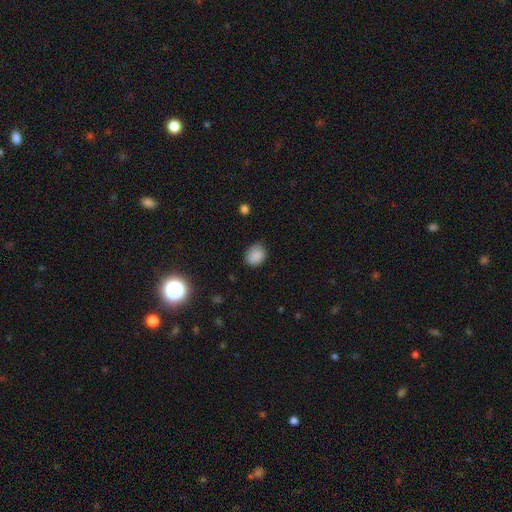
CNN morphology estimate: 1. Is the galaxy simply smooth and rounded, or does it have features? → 85% smooth, 10% star or artifact, 5% featured or disk.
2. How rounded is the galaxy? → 50% round, 49% in between, 1% cigar-shaped.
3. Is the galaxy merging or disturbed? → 71% none, 23% minor disturbance, 4% major disturbance, 1% merger.